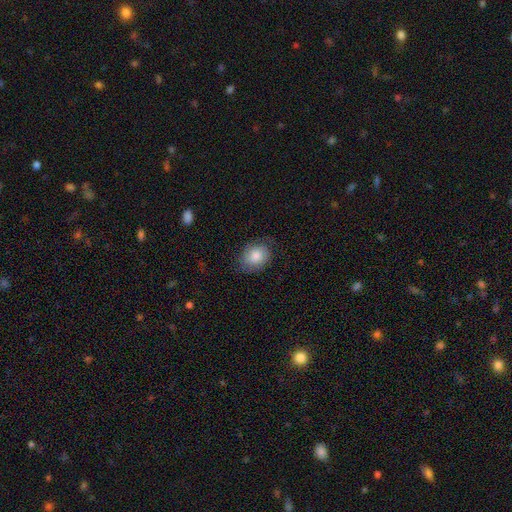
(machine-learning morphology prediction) A smooth galaxy with no disk features (74%) that is in between round and cigar-shaped (64%).

Vote fractions:
- Smooth or featured? smooth: 74% / featured or disk: 19% / star or artifact: 7%
- How rounded? in between: 64% / round: 35% / cigar-shaped: 1%
- Merging? none: 73% / minor disturbance: 20% / major disturbance: 6% / merger: 1%